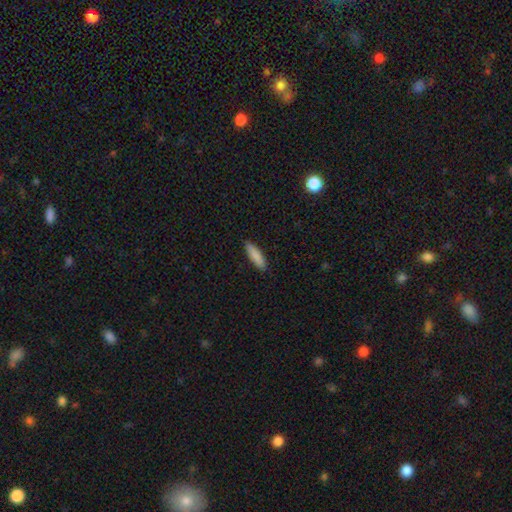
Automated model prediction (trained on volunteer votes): Q: Smooth or featured?
A: smooth (88%); runner-up: featured or disk (7%)
Q: How rounded?
A: cigar-shaped (67%); runner-up: in between (31%)
Q: Merging?
A: none (90%); runner-up: minor disturbance (8%)